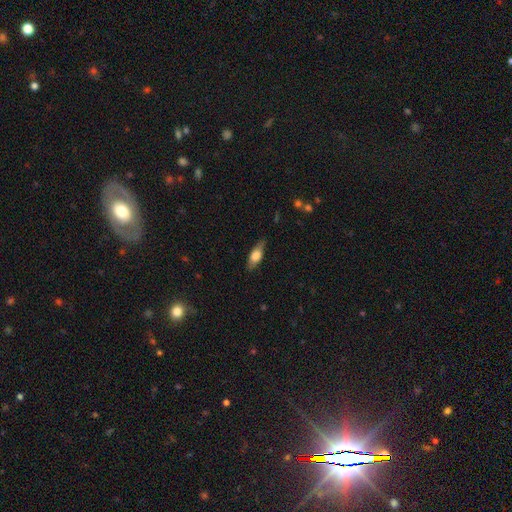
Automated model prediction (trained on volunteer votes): The model was most divided on "smooth or featured": smooth: 58%, featured or disk: 35%, star or artifact: 7%. More confident: merging — none (80%); how rounded — in between (63%).